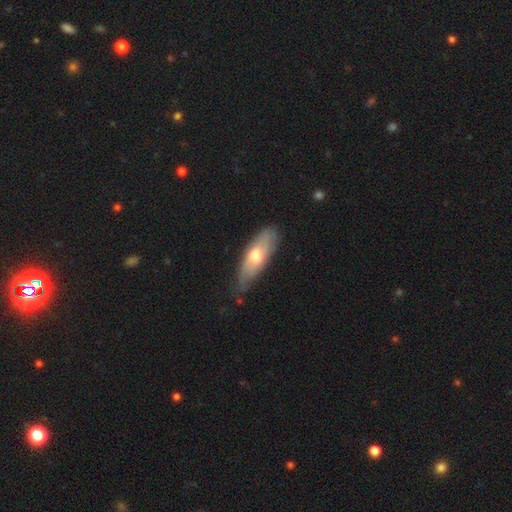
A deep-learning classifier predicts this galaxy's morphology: Smooth or featured? smooth (56%)
How rounded? in between (62%)
Merging? none (66%)